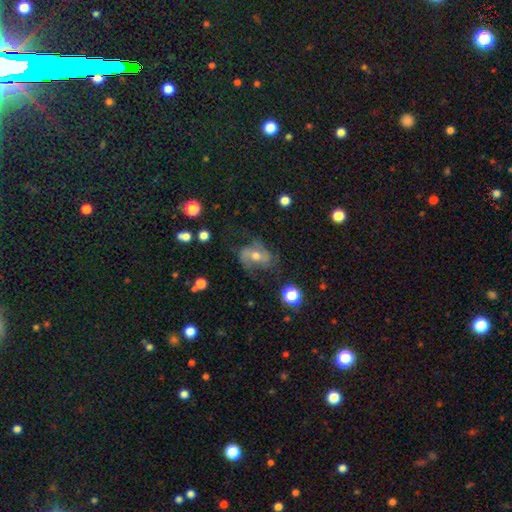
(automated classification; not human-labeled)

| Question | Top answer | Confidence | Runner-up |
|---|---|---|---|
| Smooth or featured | featured or disk | 71% | smooth (19%) |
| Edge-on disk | no | 96% | yes (4%) |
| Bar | no | 49% | weak (36%) |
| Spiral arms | yes | 87% | no (13%) |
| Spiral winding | medium | 46% | loose (34%) |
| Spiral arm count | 2 | 68% | can't tell (14%) |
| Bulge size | moderate | 71% | small (21%) |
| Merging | none | 58% | minor disturbance (22%) |